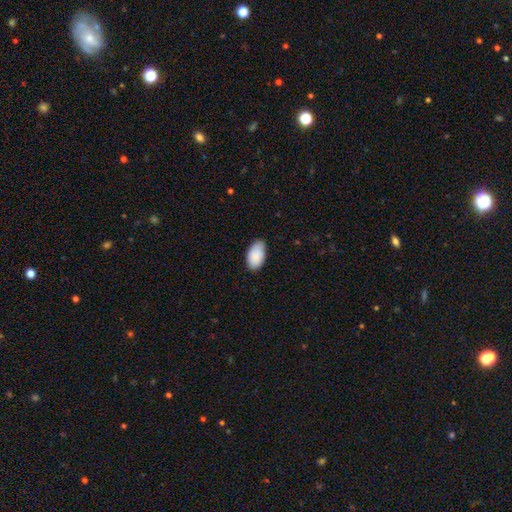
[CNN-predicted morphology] smooth 89%, star or artifact 6%, featured or disk 6%. Down the decision tree: how rounded — in between (96%); merging — none (77%).